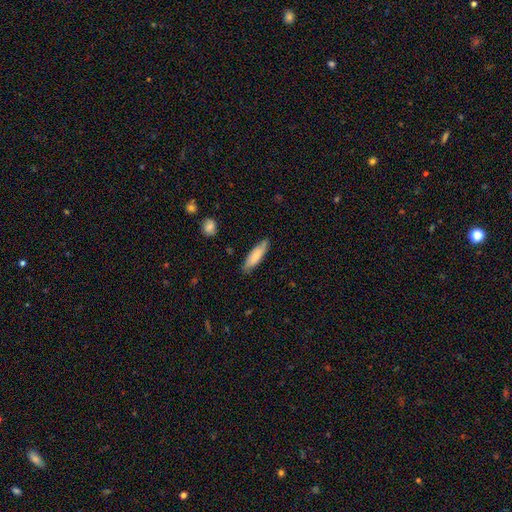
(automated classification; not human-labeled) smooth-or-featured: smooth: 74% | featured or disk: 20% | star or artifact: 6%
  how-rounded: cigar-shaped: 61% | in between: 37% | round: 1%
  merging: none: 82% | minor disturbance: 15% | major disturbance: 2% | merger: 1%